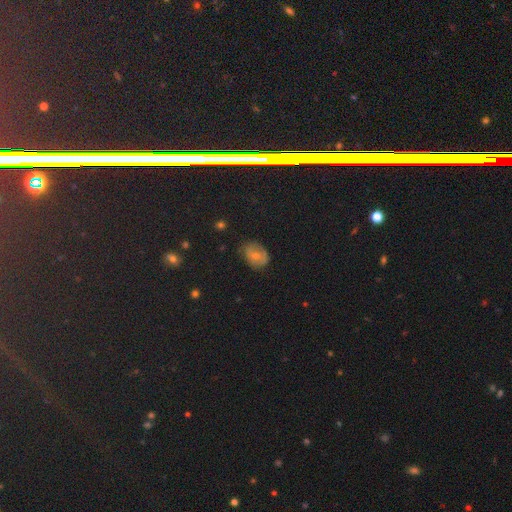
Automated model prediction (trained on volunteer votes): This appears to be a smooth galaxy with no disk features (56%) that is in between round and cigar-shaped (68%). Merging: none (60%).